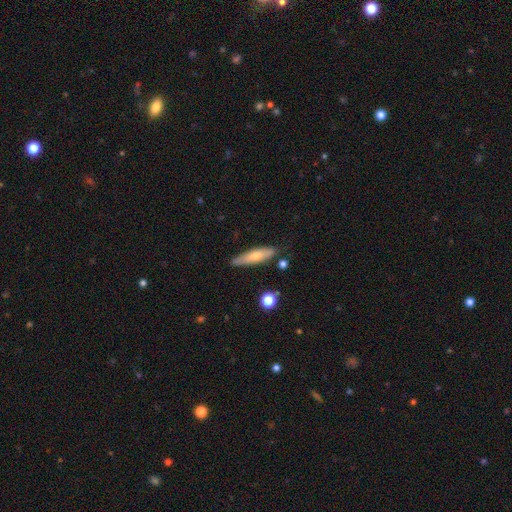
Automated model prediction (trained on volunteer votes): Smooth or featured?
  - smooth: 60% *
  - featured or disk: 33%
  - star or artifact: 7%
How rounded?
  - cigar-shaped: 76% *
  - in between: 22%
  - round: 2%
Merging?
  - none: 80% *
  - minor disturbance: 14%
  - merger: 3%
  - major disturbance: 2%